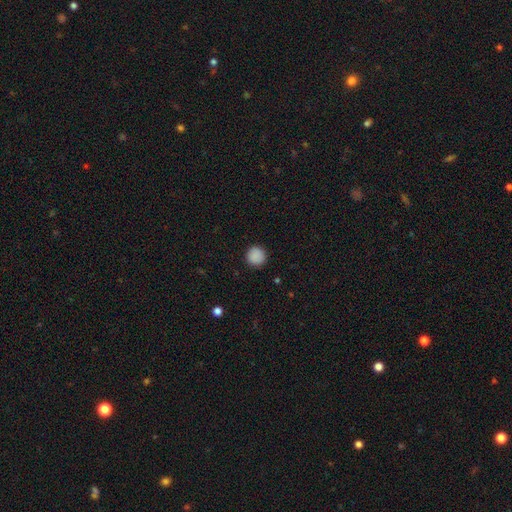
Volunteers were most divided on "merging": none: 94%, major disturbance: 6%, minor disturbance: 0%, merger: 0%. More confident: how rounded — round (97%); smooth or featured — smooth (95%).